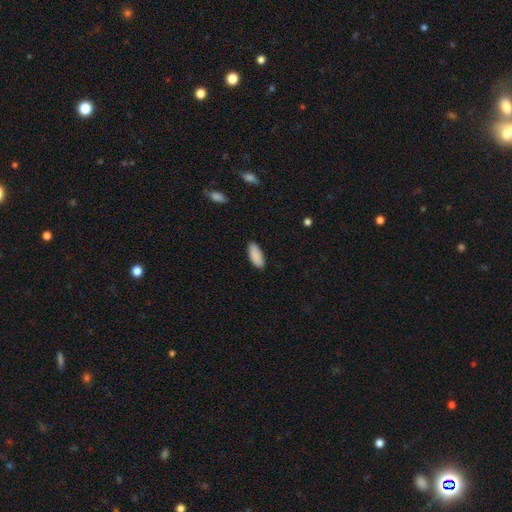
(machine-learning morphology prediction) This appears to be a smooth galaxy with no disk features (90%) that is in between round and cigar-shaped (83%). Merging: none (87%).